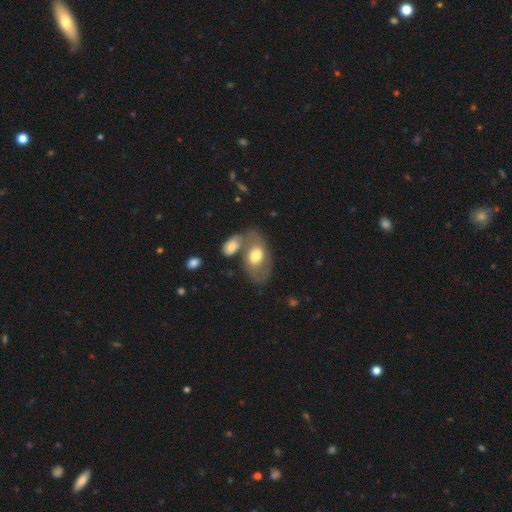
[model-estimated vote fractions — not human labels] A smooth galaxy with no disk features (56%) that is in between round and cigar-shaped (89%). Merging: none (41%).